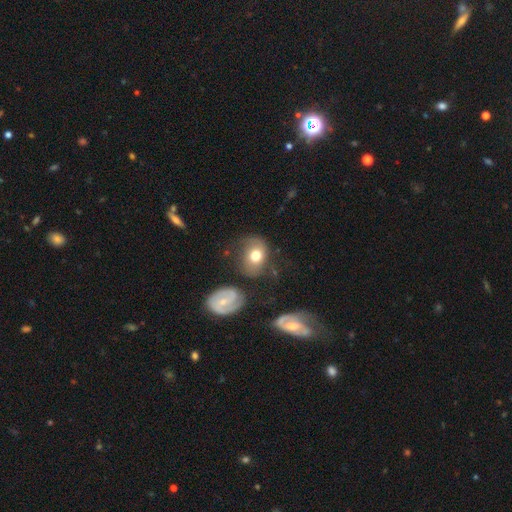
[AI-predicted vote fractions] The model was most divided on "how rounded": in between: 50%, round: 49%, cigar-shaped: 1%. More confident: smooth or featured — smooth (63%); merging — none (58%).